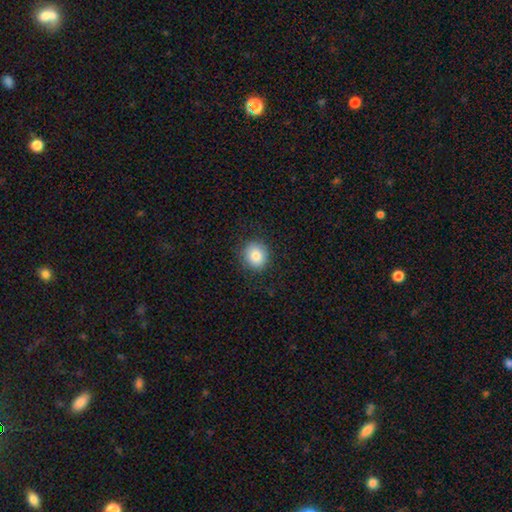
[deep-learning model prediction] Overall: smooth (83%). How rounded: round (86%). Merging: none (88%).